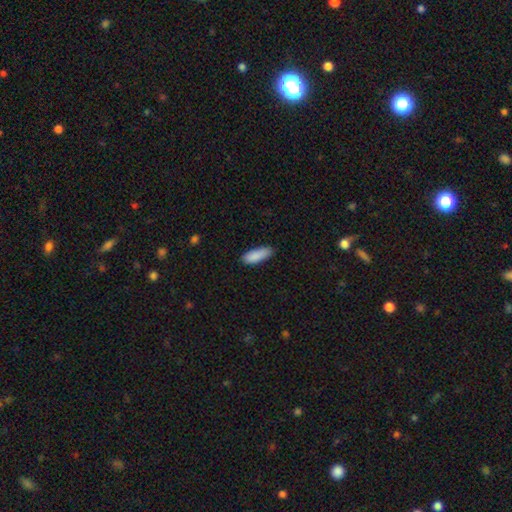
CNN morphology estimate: Overall: smooth (89%). How rounded: in between (69%; cigar-shaped 29%). Merging: none (81%).